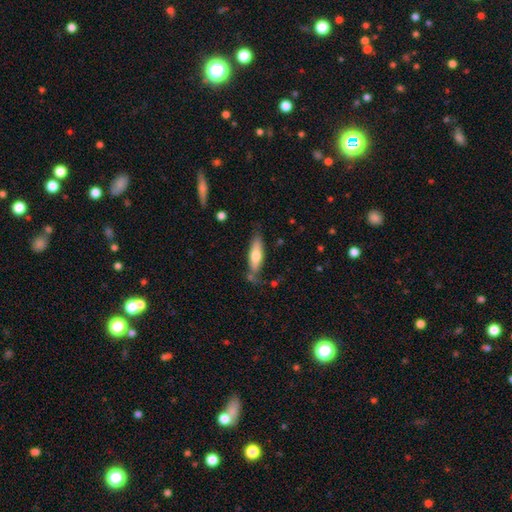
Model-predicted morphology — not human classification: smooth-or-featured: smooth: 62% | featured or disk: 32% | star or artifact: 6%
  how-rounded: cigar-shaped: 56% | in between: 42% | round: 2%
  merging: none: 70% | minor disturbance: 19% | merger: 6% | major disturbance: 5%